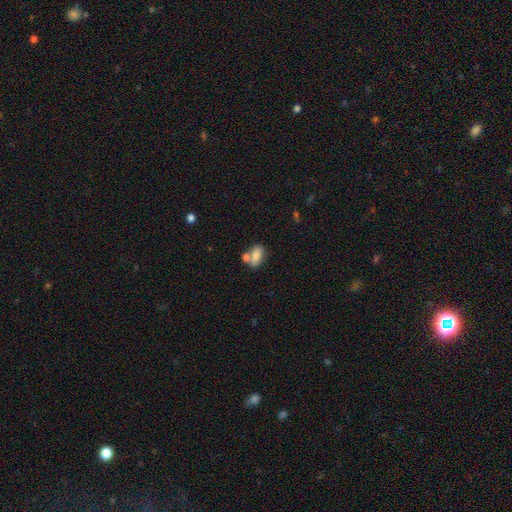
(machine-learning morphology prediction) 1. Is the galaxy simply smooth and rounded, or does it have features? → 79% smooth, 13% featured or disk, 8% star or artifact.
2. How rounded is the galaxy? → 86% in between, 7% round, 7% cigar-shaped.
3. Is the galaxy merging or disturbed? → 53% none, 30% merger, 13% minor disturbance, 4% major disturbance.